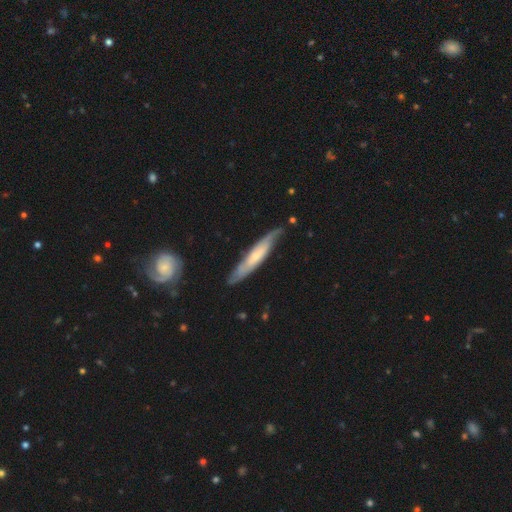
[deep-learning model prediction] Q: Smooth or featured?
A: featured or disk (58%); runner-up: smooth (36%)
Q: Edge-on disk?
A: yes (63%); runner-up: no (37%)
Q: Merging?
A: none (71%); runner-up: minor disturbance (21%)